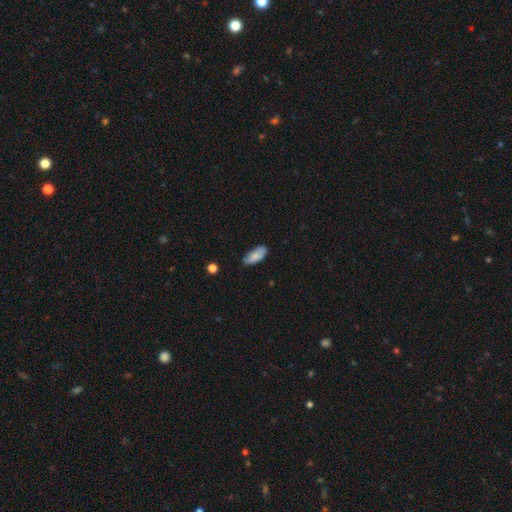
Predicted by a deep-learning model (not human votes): Morphology: type=smooth (82%); roundness=in between (85%); merging=none (75%).